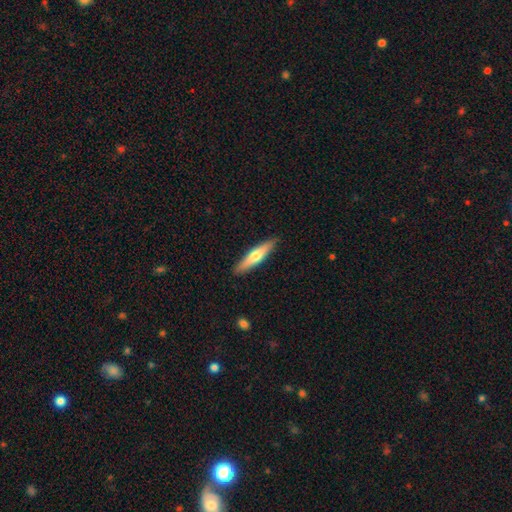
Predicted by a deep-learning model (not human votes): smooth-or-featured: smooth: 55% | featured or disk: 40% | star or artifact: 5%
  how-rounded: cigar-shaped: 84% | in between: 15% | round: 1%
  merging: none: 89% | minor disturbance: 8% | major disturbance: 2% | merger: 1%